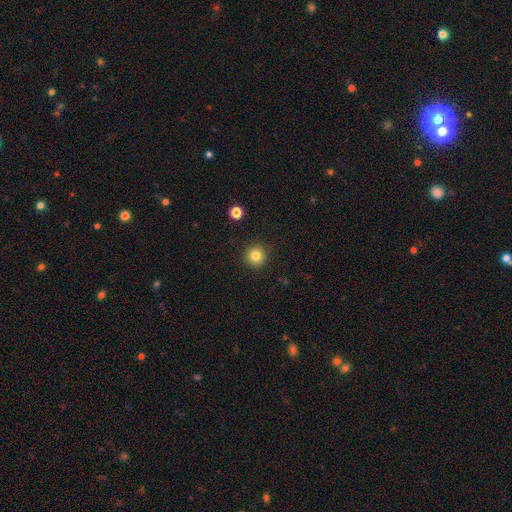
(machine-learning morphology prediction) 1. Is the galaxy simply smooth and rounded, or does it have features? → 82% smooth, 12% star or artifact, 6% featured or disk.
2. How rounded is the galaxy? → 95% round, 4% in between, 1% cigar-shaped.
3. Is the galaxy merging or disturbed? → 92% none, 5% minor disturbance, 2% major disturbance, 1% merger.